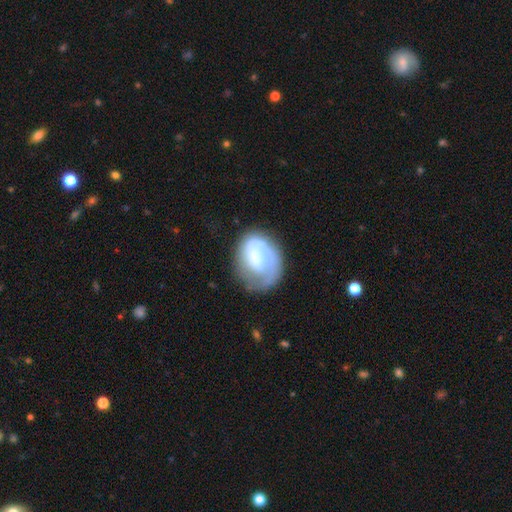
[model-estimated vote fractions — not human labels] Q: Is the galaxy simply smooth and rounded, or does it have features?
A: featured or disk — 55%.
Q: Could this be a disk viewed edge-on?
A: no — 97%.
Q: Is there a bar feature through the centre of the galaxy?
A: no — 42%.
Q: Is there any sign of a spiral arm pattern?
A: yes — 73%.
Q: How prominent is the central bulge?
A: moderate — 35%.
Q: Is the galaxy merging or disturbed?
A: none — 55%.